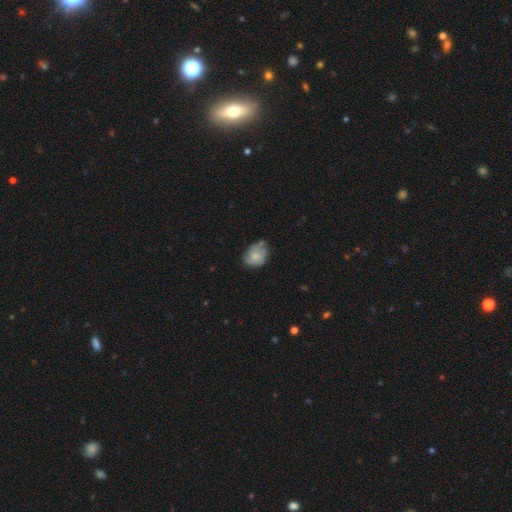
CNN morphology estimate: A smooth galaxy with no disk features (67%) that is in between round and cigar-shaped (62%).

Vote fractions:
- Smooth or featured? smooth: 67% / featured or disk: 25% / star or artifact: 8%
- How rounded? in between: 62% / round: 37% / cigar-shaped: 1%
- Merging? none: 49% / minor disturbance: 35% / major disturbance: 11% / merger: 5%